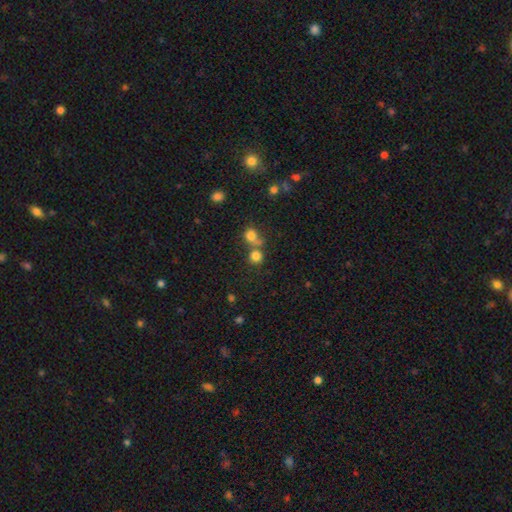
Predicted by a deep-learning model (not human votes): Smooth or featured? Predicted: smooth (p=0.78). How rounded? Predicted: round (p=0.87). Merging? Predicted: none (p=0.50).